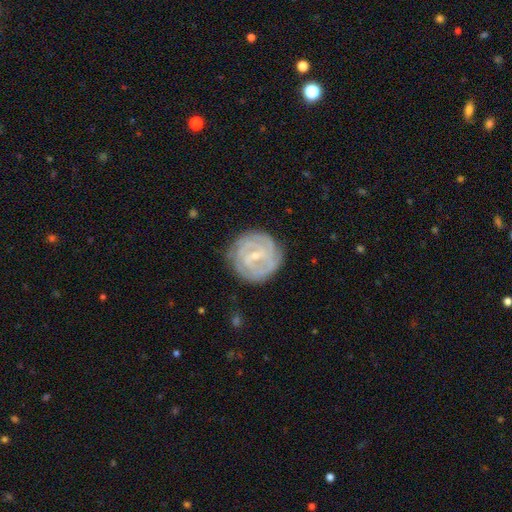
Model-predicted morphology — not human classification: A featured or disk galaxy (82%) with a weak bar (55%), tight (73%) spiral arms (94%) and a small central bulge (73%). Merging: none (81%).